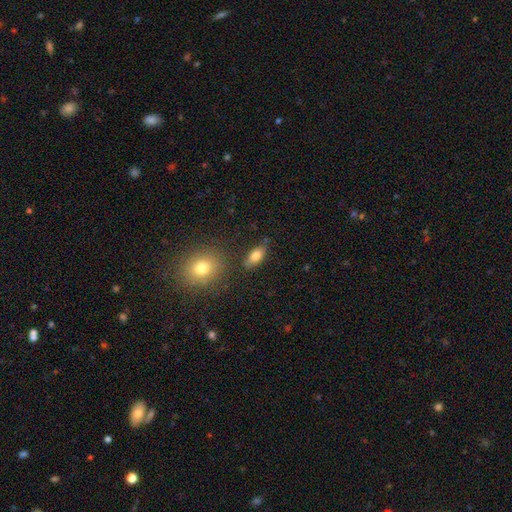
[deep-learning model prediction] smooth 79%, featured or disk 13%, star or artifact 8%. Down the decision tree: how rounded — in between (86%); merging — none (78%).